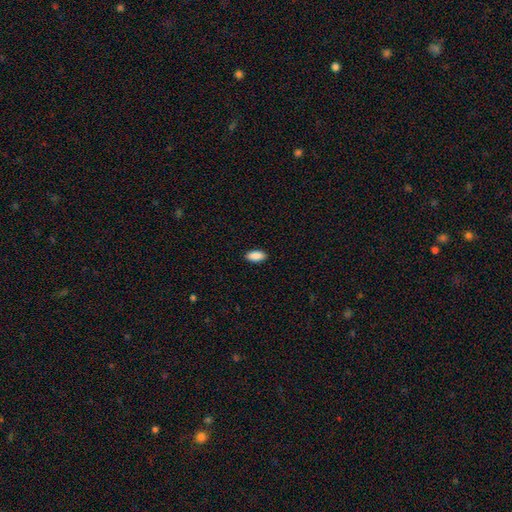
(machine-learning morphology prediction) type=smooth (90%); roundness=in between (91%); merging=none (90%).